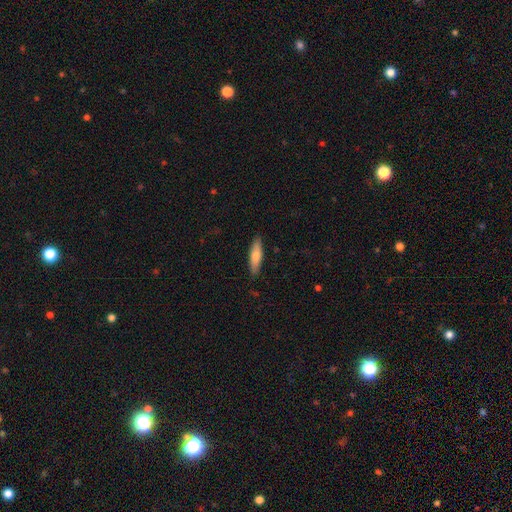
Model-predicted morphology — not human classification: Smooth or featured: smooth — 70% (featured or disk — 25%)
How rounded: cigar-shaped — 71% (in between — 27%)
Merging: none — 88% (minor disturbance — 9%)